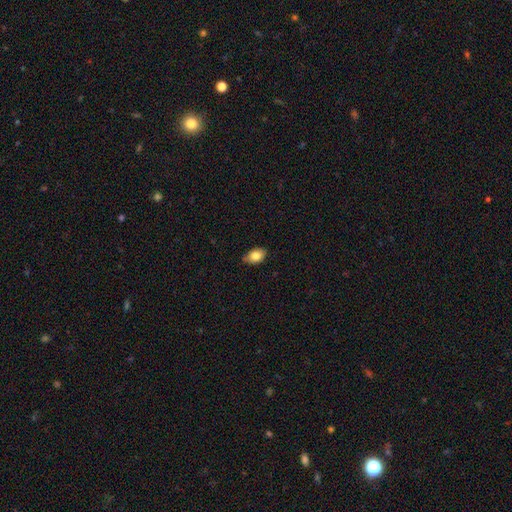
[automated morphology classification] The model was most divided on "merging": none: 82%, minor disturbance: 15%, major disturbance: 2%, merger: 1%. More confident: how rounded — in between (88%); smooth or featured — smooth (82%).